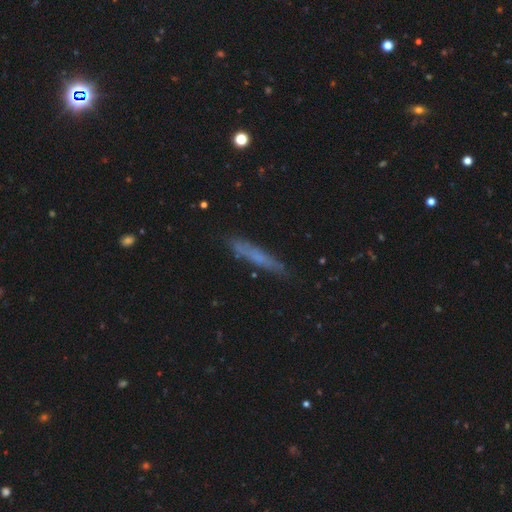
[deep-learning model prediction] This is possibly a smooth galaxy (56%). How rounded: clearly cigar-shaped (93%). Merging: clearly none (80%).